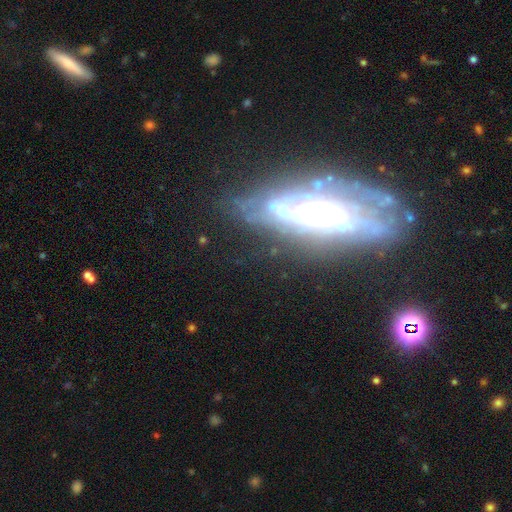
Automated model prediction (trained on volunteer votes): Smooth or featured? Predicted: featured or disk (p=0.74). Edge-on disk? Predicted: no (p=0.75). Bar? Predicted: no (p=0.68). Spiral arms? Predicted: yes (p=0.66). Bulge size? Predicted: moderate (p=0.29, tied with small). Merging? Predicted: none (p=0.63).